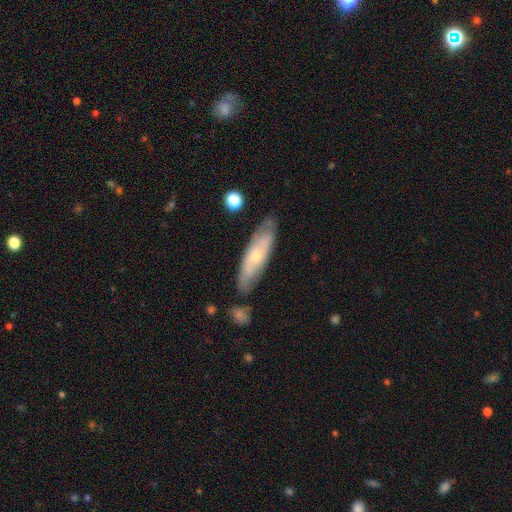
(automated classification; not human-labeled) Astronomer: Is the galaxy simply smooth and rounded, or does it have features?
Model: featured or disk — 53% (runner-up: smooth, 41%).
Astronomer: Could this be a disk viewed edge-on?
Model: no — 64%.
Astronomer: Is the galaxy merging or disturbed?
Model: none — 75%.